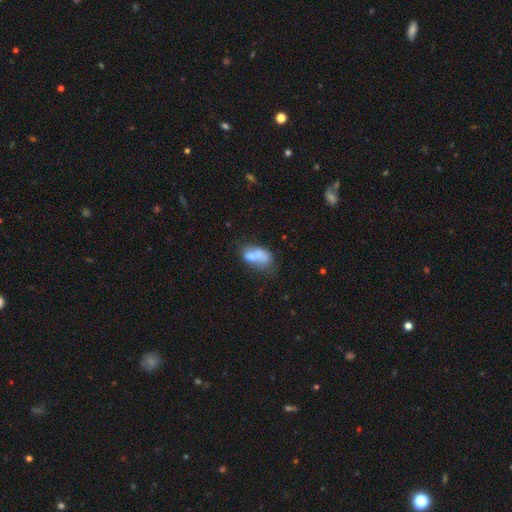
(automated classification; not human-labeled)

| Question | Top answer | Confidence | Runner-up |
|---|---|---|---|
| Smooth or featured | smooth | 56% | featured or disk (35%) |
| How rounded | in between | 88% | round (7%) |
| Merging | merger | 29% | none (27%) |